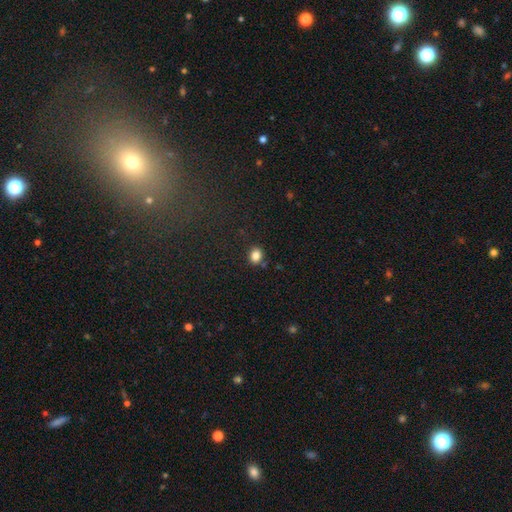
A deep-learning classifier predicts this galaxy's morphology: Q: Smooth or featured?
A: smooth (84%); runner-up: star or artifact (11%)
Q: How rounded?
A: round (57%); runner-up: in between (42%)
Q: Merging?
A: none (81%); runner-up: minor disturbance (11%)